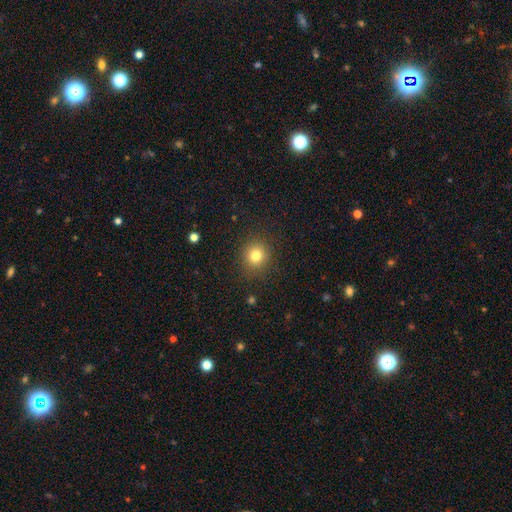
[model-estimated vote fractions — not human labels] smooth-or-featured: smooth: 80% | star or artifact: 13% | featured or disk: 7%
  how-rounded: round: 88% | in between: 11% | cigar-shaped: 1%
  merging: none: 89% | minor disturbance: 7% | major disturbance: 3% | merger: 1%